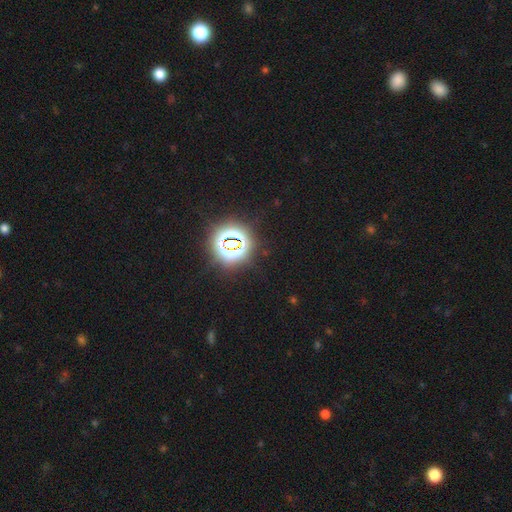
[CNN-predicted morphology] Smooth or featured: star or artifact — 82% (smooth — 13%)